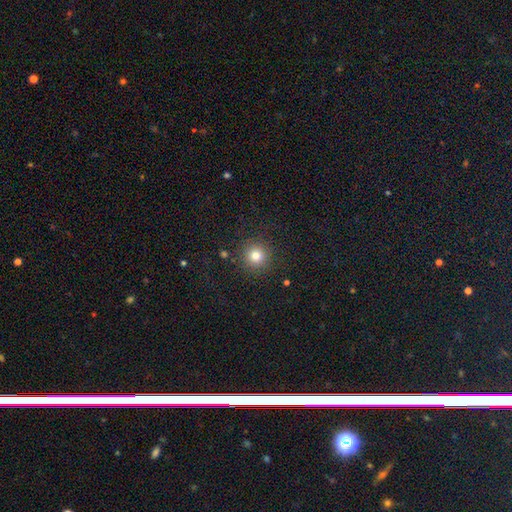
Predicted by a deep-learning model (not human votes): A smooth galaxy with no disk features (81%) that is round (95%).

Vote fractions:
- Smooth or featured? smooth: 81% / star or artifact: 13% / featured or disk: 6%
- How rounded? round: 95% / in between: 4% / cigar-shaped: 1%
- Merging? none: 89% / minor disturbance: 6% / major disturbance: 3% / merger: 2%